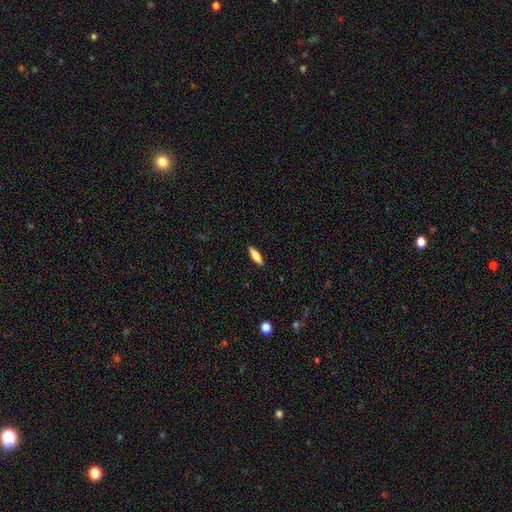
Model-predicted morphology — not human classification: smooth-or-featured: smooth: 76% | featured or disk: 17% | star or artifact: 7%
  how-rounded: cigar-shaped: 51% | in between: 47% | round: 2%
  merging: none: 90% | minor disturbance: 7% | major disturbance: 2% | merger: 1%